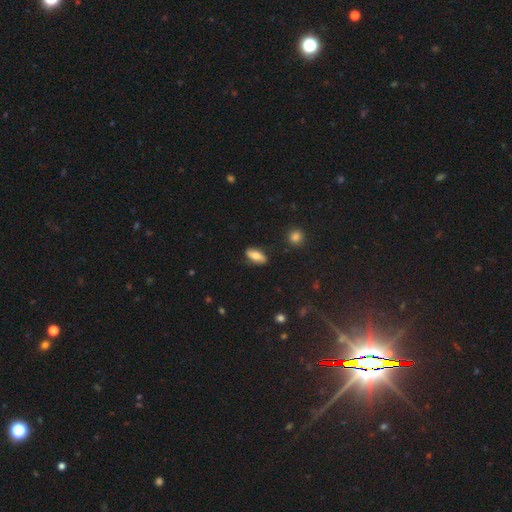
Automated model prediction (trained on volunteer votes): Smooth or featured: smooth — 68% (featured or disk — 25%)
How rounded: in between — 82% (cigar-shaped — 14%)
Merging: none — 83% (minor disturbance — 13%)